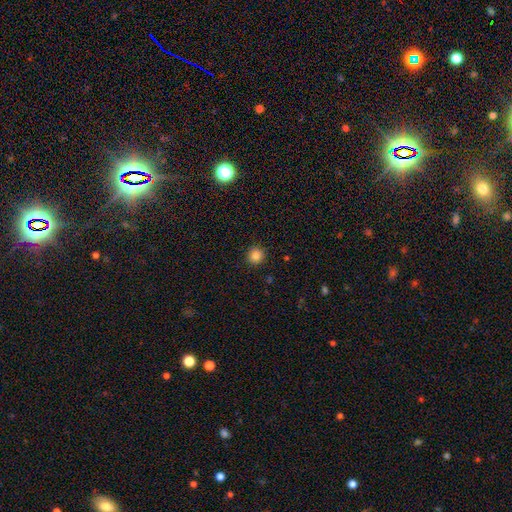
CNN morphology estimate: Q: Smooth or featured?
A: smooth (84%); runner-up: star or artifact (12%)
Q: How rounded?
A: round (93%); runner-up: in between (6%)
Q: Merging?
A: none (92%); runner-up: minor disturbance (5%)